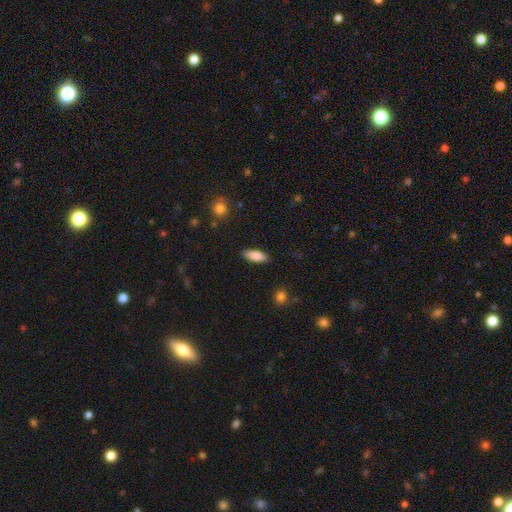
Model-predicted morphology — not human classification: A smooth galaxy with no disk features (85%) that is in between round and cigar-shaped (75%).

Vote fractions:
- Smooth or featured? smooth: 85% / featured or disk: 9% / star or artifact: 6%
- How rounded? in between: 75% / cigar-shaped: 23% / round: 2%
- Merging? none: 88% / minor disturbance: 9% / major disturbance: 2% / merger: 1%